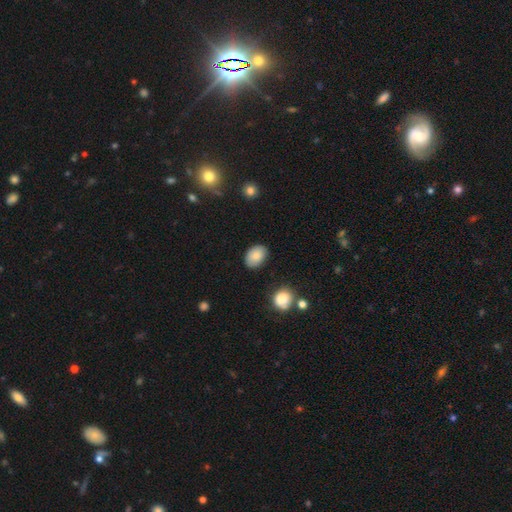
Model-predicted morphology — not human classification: smooth_or_featured: smooth (p=0.85) [alt: star or artifact p=0.07]
how_rounded: in between (p=0.84) [alt: round p=0.15]
merging: none (p=0.82) [alt: minor disturbance p=0.13]